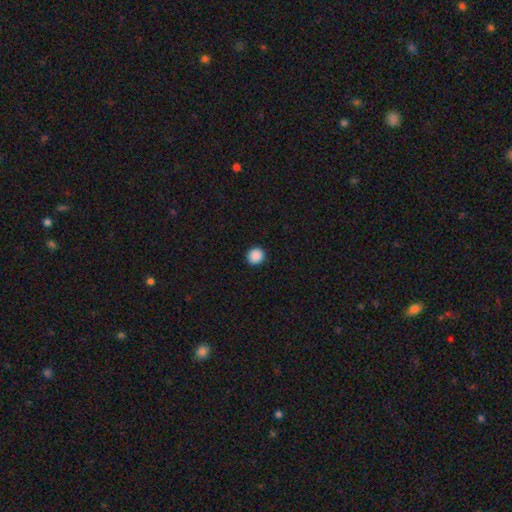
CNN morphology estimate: type=smooth (89%); roundness=round (91%); merging=none (92%).